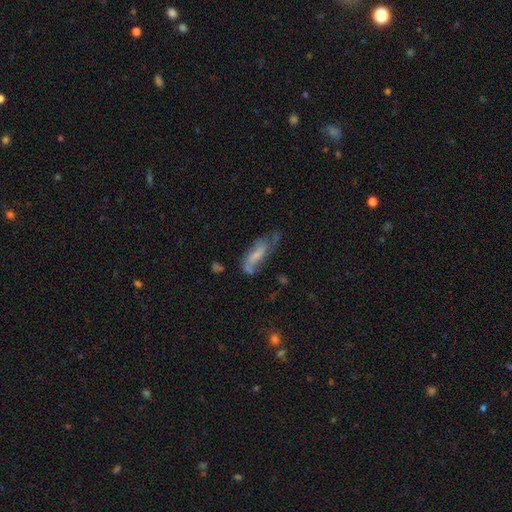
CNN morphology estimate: This appears to be a featured or disk galaxy (51%). Merging: none (44%).